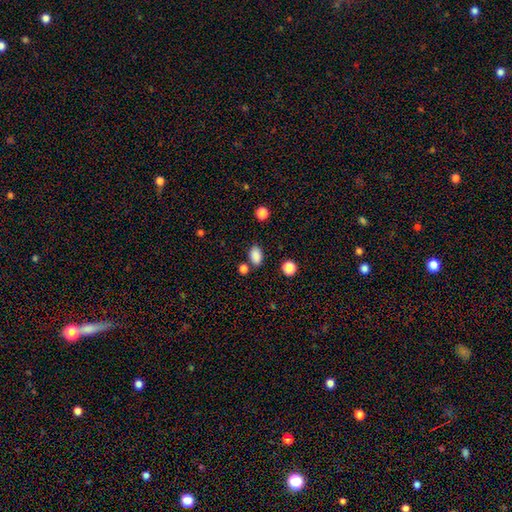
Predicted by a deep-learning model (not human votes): This is clearly a smooth galaxy (86%). How rounded: clearly in between (87%). Merging: likely none (76%).